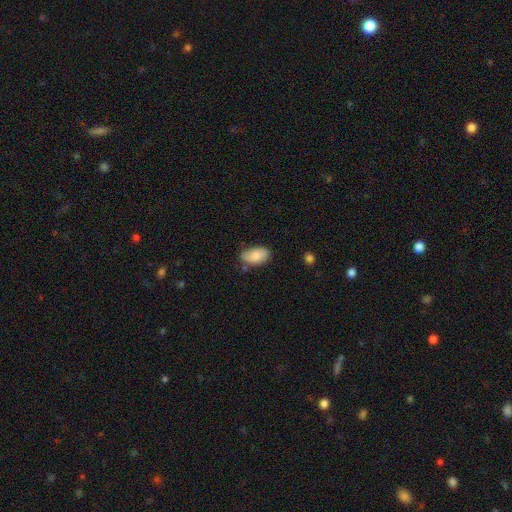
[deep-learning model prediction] Smooth or featured? smooth (84%)
How rounded? in between (94%)
Merging? none (74%)